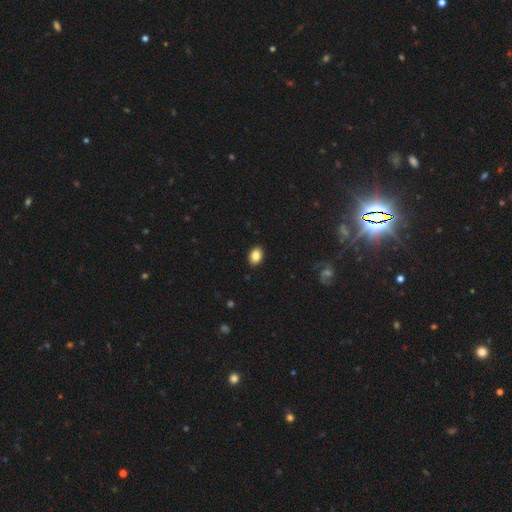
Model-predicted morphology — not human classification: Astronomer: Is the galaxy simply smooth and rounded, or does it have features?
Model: smooth — 86%.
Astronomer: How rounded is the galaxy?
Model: in between — 76%.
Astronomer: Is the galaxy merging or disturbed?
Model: none — 90%.